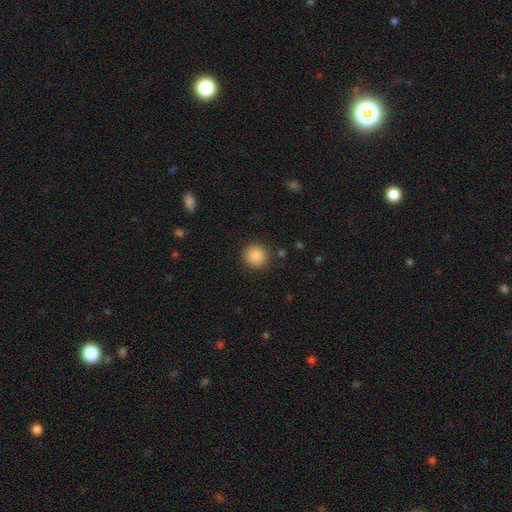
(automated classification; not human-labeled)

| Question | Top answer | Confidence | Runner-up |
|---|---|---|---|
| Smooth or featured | smooth | 87% | star or artifact (9%) |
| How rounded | round | 91% | in between (8%) |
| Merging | none | 89% | minor disturbance (7%) |